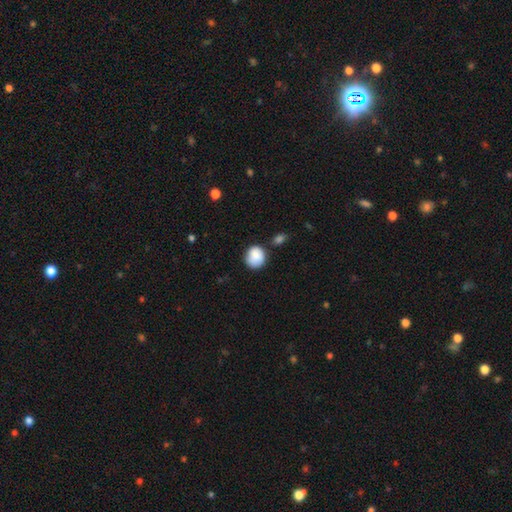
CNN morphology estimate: A smooth galaxy with no disk features (86%) that is round (78%).

Vote fractions:
- Smooth or featured? smooth: 86% / star or artifact: 7% / featured or disk: 6%
- How rounded? round: 78% / in between: 21% / cigar-shaped: 1%
- Merging? none: 66% / minor disturbance: 22% / merger: 7% / major disturbance: 5%